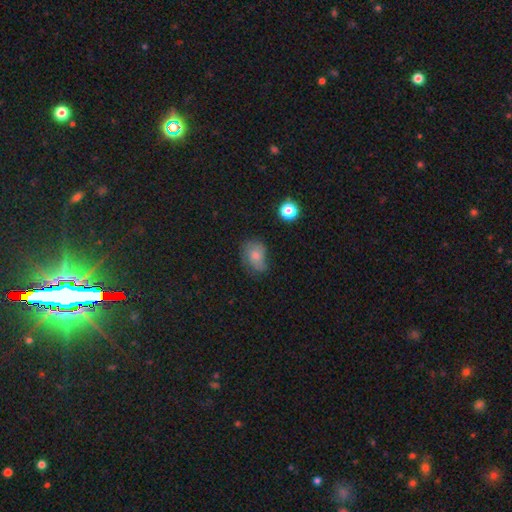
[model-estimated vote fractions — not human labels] smooth-or-featured: smooth: 69% | featured or disk: 20% | star or artifact: 11%
  how-rounded: in between: 64% | round: 35% | cigar-shaped: 1%
  merging: none: 45% | minor disturbance: 35% | major disturbance: 17% | merger: 3%